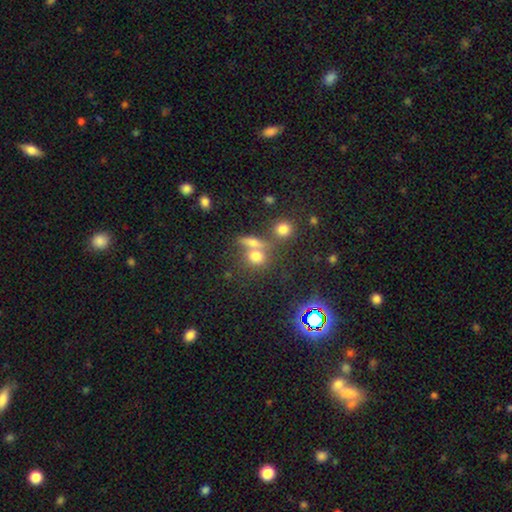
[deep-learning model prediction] A smooth galaxy with no disk features (69%) that is round (63%).

Vote fractions:
- Smooth or featured? smooth: 69% / star or artifact: 17% / featured or disk: 14%
- How rounded? round: 63% / in between: 31% / cigar-shaped: 6%
- Merging? none: 46% / merger: 39% / minor disturbance: 9% / major disturbance: 6%